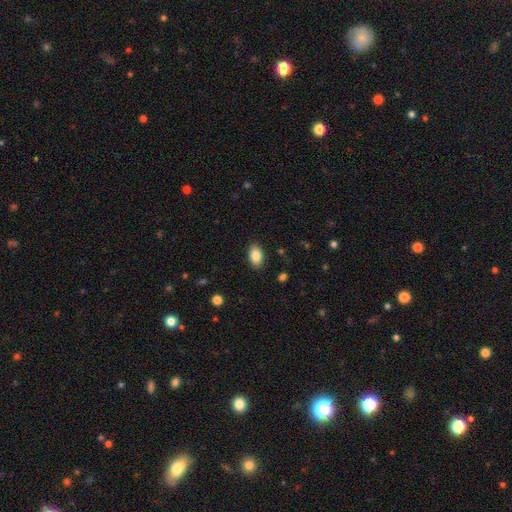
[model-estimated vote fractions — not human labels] smooth 85%, star or artifact 8%, featured or disk 7%. Down the decision tree: how rounded — in between (92%); merging — none (88%).